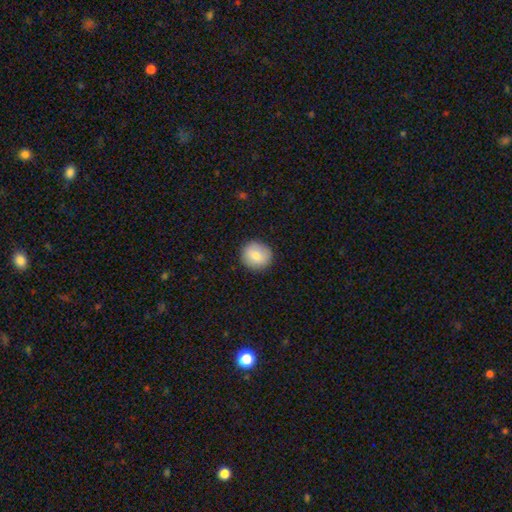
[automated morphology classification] This is likely a smooth galaxy (80%). How rounded: clearly round (89%). Merging: clearly none (89%).